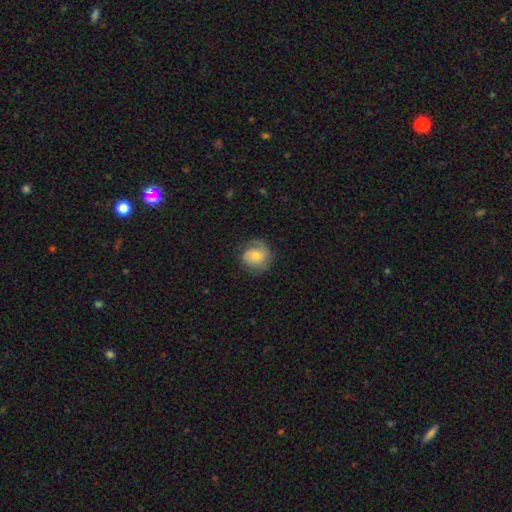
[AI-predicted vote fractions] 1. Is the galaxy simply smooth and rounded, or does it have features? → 51% smooth, 41% featured or disk, 7% star or artifact.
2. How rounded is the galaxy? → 80% round, 19% in between, 1% cigar-shaped.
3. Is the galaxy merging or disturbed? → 66% none, 22% minor disturbance, 11% major disturbance, 1% merger.